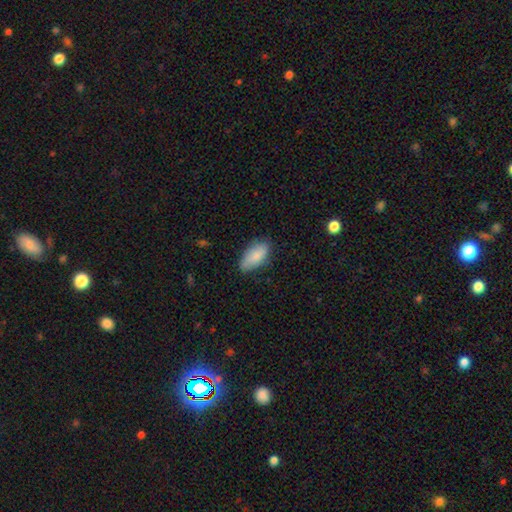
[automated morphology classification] This appears to be a smooth galaxy with no disk features (82%) that is in between round and cigar-shaped (90%). Merging: none (74%).